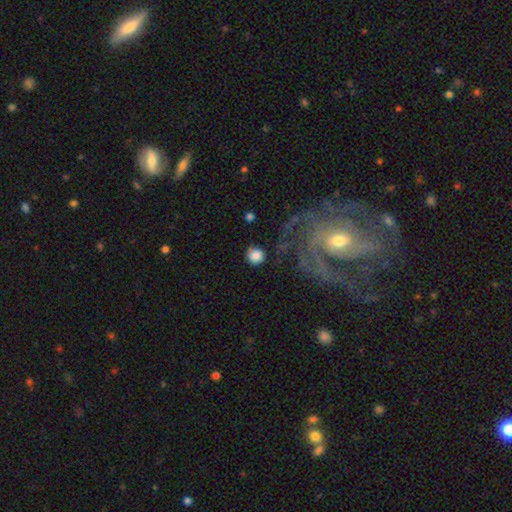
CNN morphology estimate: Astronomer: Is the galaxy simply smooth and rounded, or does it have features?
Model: smooth — 81%.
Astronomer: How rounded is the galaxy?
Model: round — 93%.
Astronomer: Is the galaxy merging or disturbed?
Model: none — 77%.